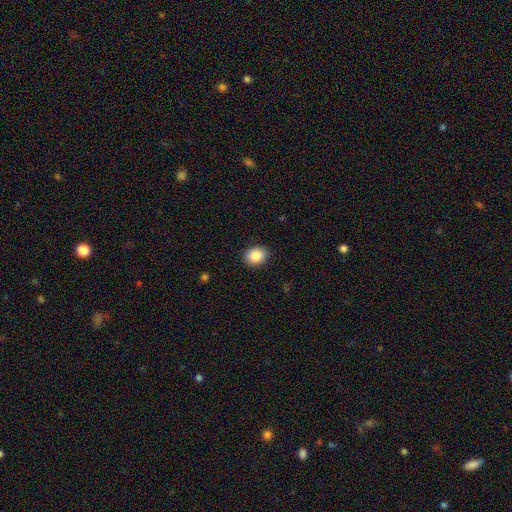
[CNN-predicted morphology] smooth_or_featured: smooth (p=0.86) [alt: star or artifact p=0.09]
how_rounded: round (p=0.56) [alt: in between p=0.43]
merging: none (p=0.90) [alt: minor disturbance p=0.07]